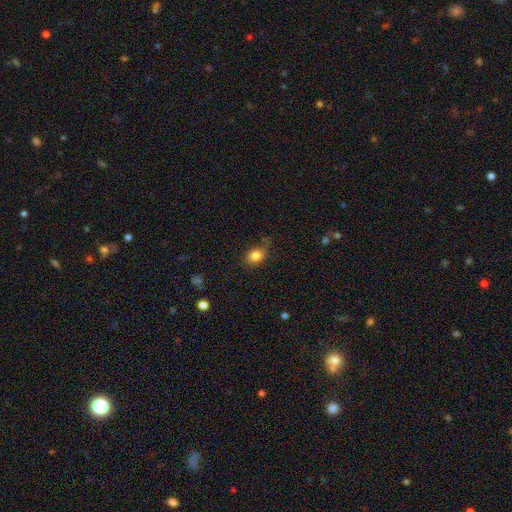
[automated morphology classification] The model was most divided on "how rounded": in between: 53%, round: 46%, cigar-shaped: 1%. More confident: smooth or featured — smooth (83%); merging — none (70%).